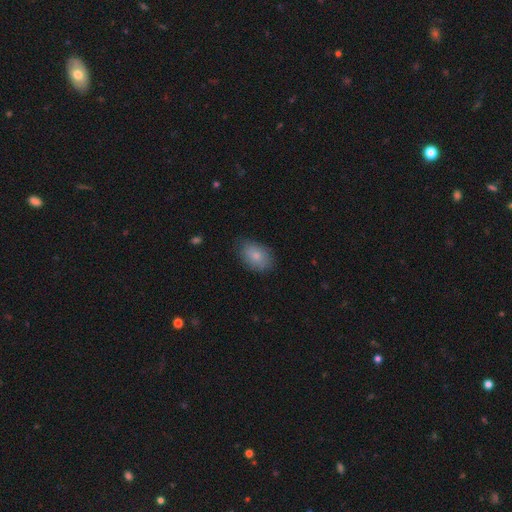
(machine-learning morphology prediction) smooth-or-featured: smooth: 80% | featured or disk: 13% | star or artifact: 7%
  how-rounded: in between: 84% | round: 14% | cigar-shaped: 1%
  merging: none: 76% | minor disturbance: 19% | major disturbance: 4% | merger: 1%